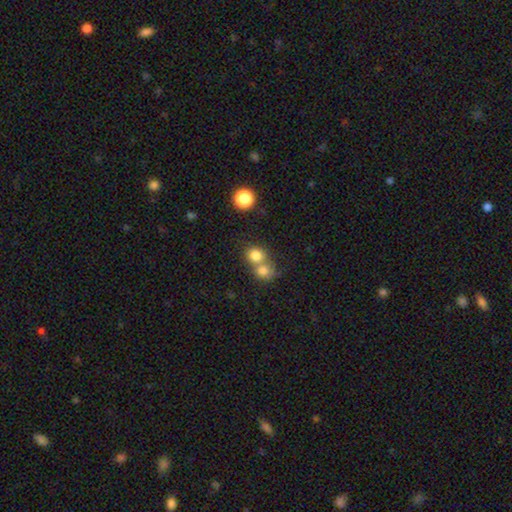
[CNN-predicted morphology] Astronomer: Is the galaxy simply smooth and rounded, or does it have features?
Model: smooth — 80%.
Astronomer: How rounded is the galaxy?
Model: round — 76%.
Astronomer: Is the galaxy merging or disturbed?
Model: merger — 55% (runner-up: none, 37%).